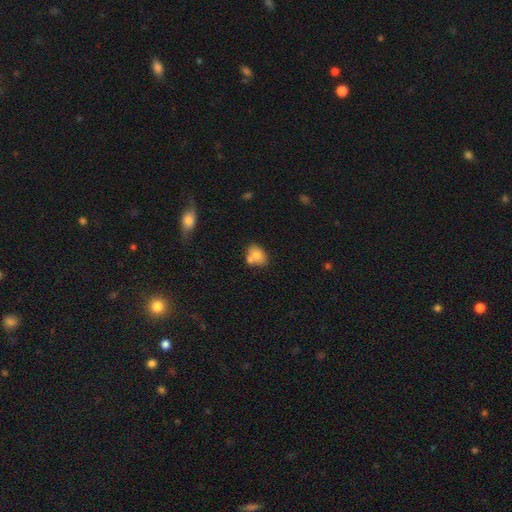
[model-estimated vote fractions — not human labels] A smooth galaxy with no disk features (75%) that is in between round and cigar-shaped (62%). Merging: none (48%).